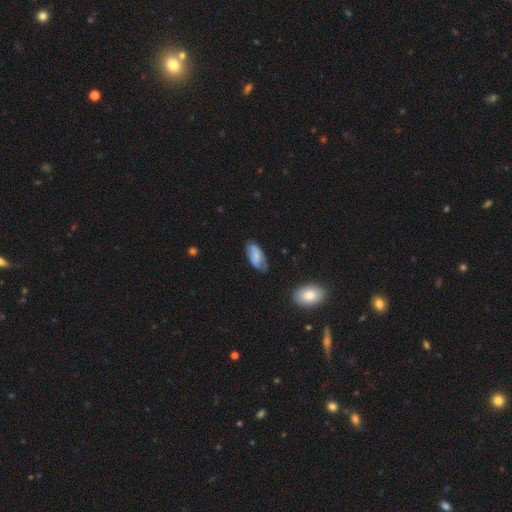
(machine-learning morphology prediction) smooth-or-featured: smooth: 67% | featured or disk: 26% | star or artifact: 7%
  how-rounded: in between: 91% | cigar-shaped: 7% | round: 2%
  merging: none: 63% | minor disturbance: 28% | major disturbance: 7% | merger: 2%